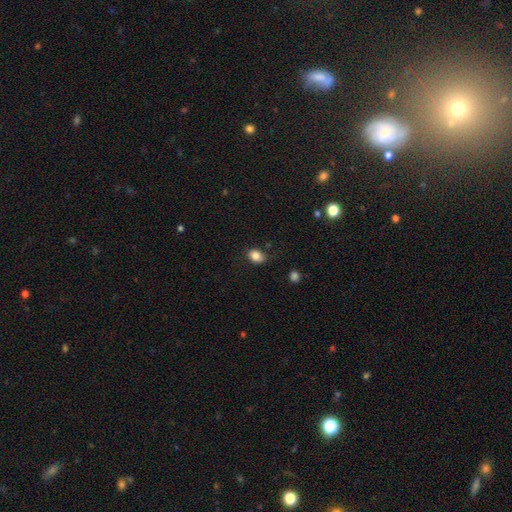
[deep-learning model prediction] Q: Smooth or featured?
A: smooth (85%); runner-up: star or artifact (10%)
Q: How rounded?
A: in between (66%); runner-up: round (33%)
Q: Merging?
A: none (78%); runner-up: minor disturbance (17%)